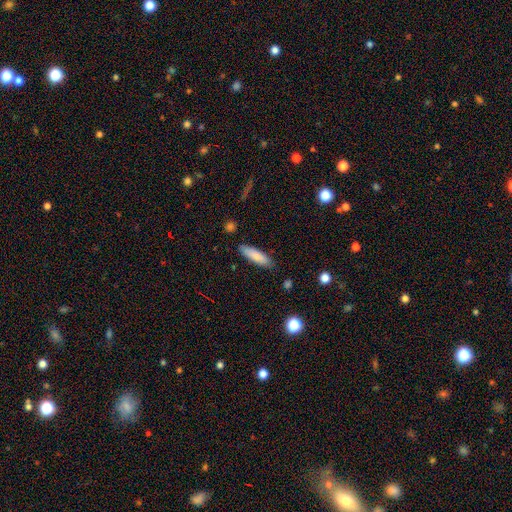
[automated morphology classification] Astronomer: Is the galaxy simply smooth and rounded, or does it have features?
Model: smooth — 83%.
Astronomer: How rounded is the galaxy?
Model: cigar-shaped — 65%.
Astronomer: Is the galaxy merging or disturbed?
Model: none — 86%.